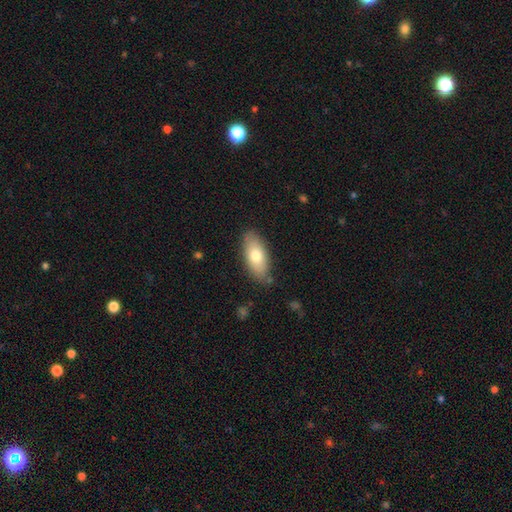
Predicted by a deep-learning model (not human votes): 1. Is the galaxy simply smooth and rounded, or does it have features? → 73% smooth, 20% featured or disk, 6% star or artifact.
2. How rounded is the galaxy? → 86% in between, 11% cigar-shaped, 3% round.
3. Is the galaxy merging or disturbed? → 81% none, 14% minor disturbance, 3% major disturbance, 2% merger.